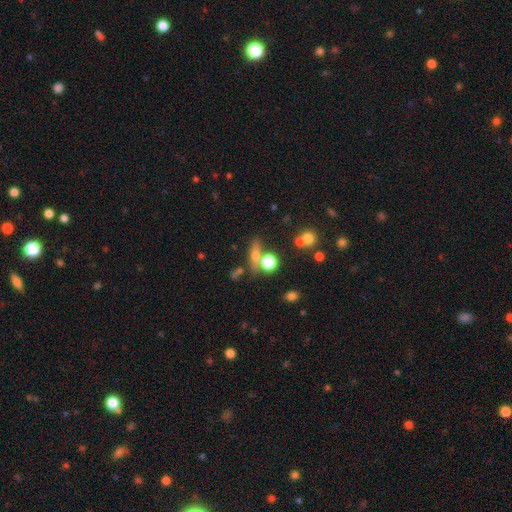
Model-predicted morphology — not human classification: type=smooth (53%); roundness=cigar-shaped (38%); merging=none (61%).